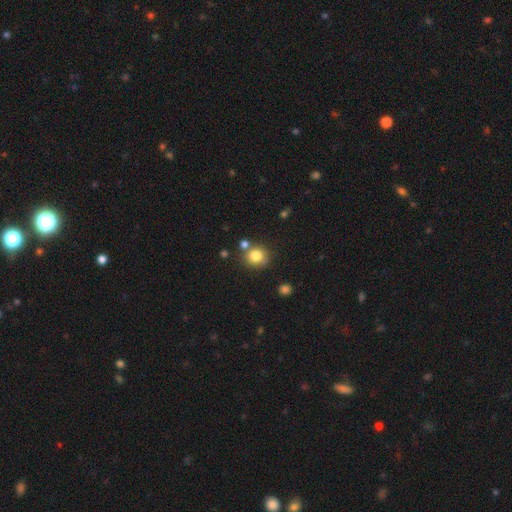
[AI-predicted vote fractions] Smooth or featured? Predicted: smooth (p=0.80). How rounded? Predicted: round (p=0.85). Merging? Predicted: none (p=0.71).